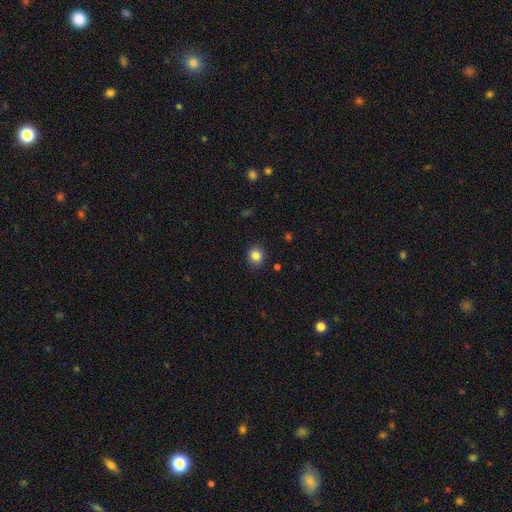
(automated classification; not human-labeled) A smooth galaxy with no disk features (84%) that is round (83%). Merging: none (90%).